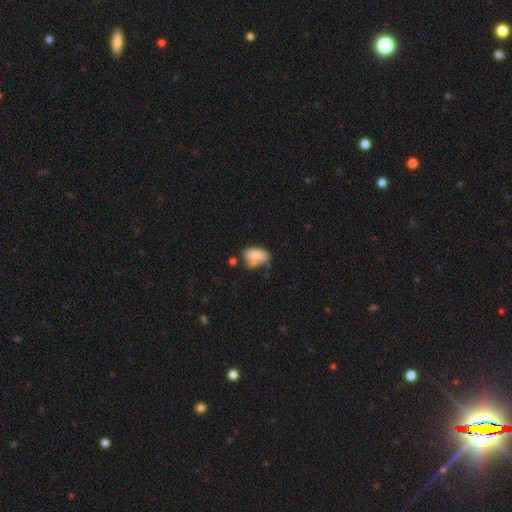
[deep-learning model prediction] Q: Smooth or featured?
A: smooth (77%); runner-up: featured or disk (15%)
Q: How rounded?
A: in between (91%); runner-up: round (7%)
Q: Merging?
A: none (39%); runner-up: minor disturbance (31%)